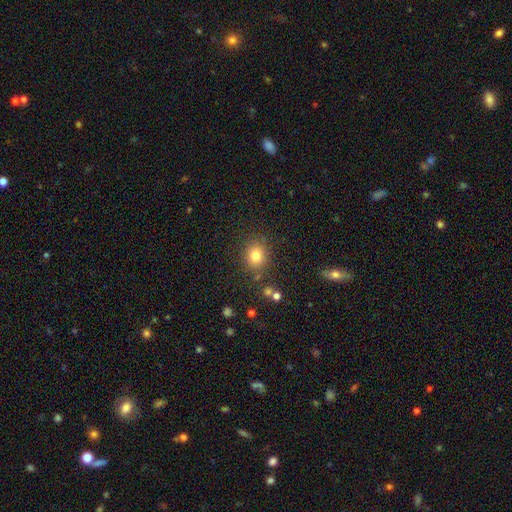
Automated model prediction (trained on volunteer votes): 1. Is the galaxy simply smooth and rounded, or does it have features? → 79% smooth, 13% star or artifact, 8% featured or disk.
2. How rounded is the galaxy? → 74% round, 25% in between, 1% cigar-shaped.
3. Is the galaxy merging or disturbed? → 83% none, 10% minor disturbance, 4% major disturbance, 3% merger.